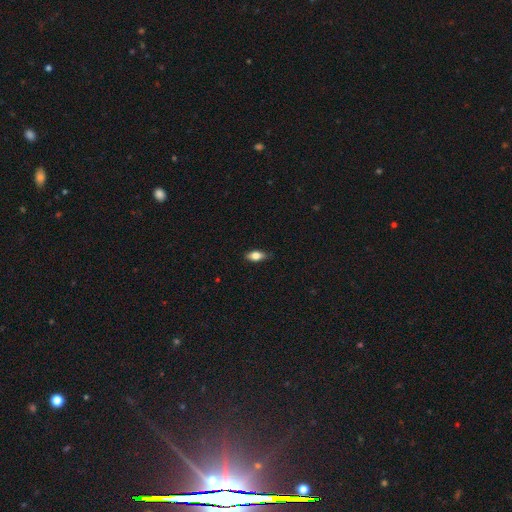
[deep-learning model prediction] smooth_or_featured: smooth (p=0.75) [alt: featured or disk p=0.18]
how_rounded: in between (p=0.85) [alt: cigar-shaped p=0.11]
merging: none (p=0.85) [alt: minor disturbance p=0.12]